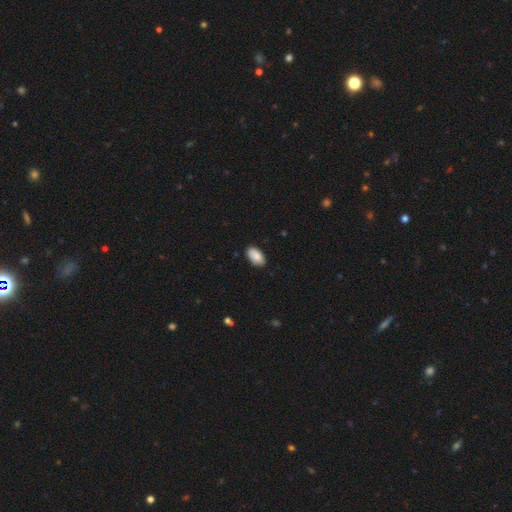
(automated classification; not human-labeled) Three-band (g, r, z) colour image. It shows a smooth galaxy with no disk features (88%) that is in between round and cigar-shaped (95%). Merging: none (86%).